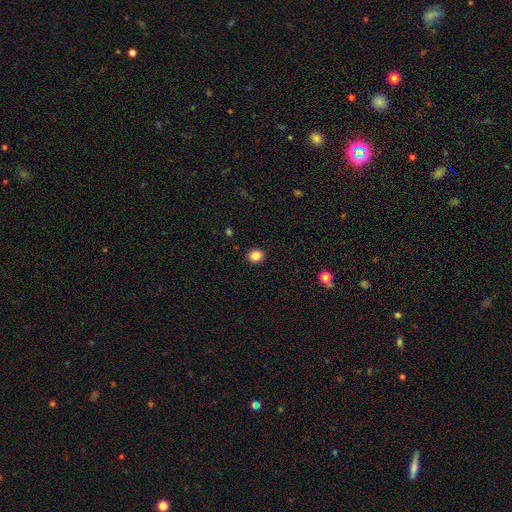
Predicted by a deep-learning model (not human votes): smooth-or-featured: smooth: 85% | star or artifact: 11% | featured or disk: 5%
  how-rounded: round: 79% | in between: 20% | cigar-shaped: 1%
  merging: none: 92% | minor disturbance: 5% | major disturbance: 2% | merger: 1%